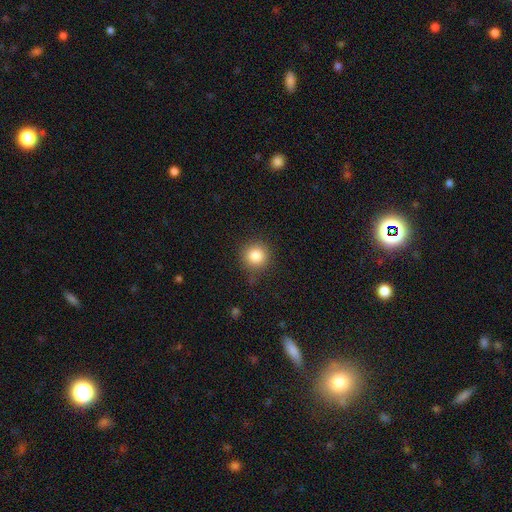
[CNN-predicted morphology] smooth_or_featured: smooth (p=0.85) [alt: star or artifact p=0.10]
how_rounded: round (p=0.93) [alt: in between p=0.06]
merging: none (p=0.84) [alt: minor disturbance p=0.11]